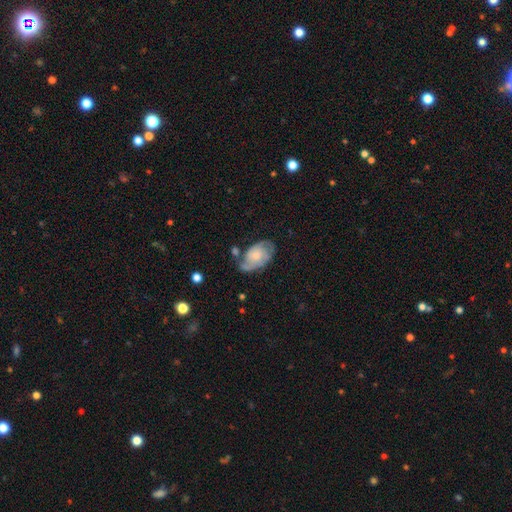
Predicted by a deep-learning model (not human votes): Q: Smooth or featured?
A: featured or disk (64%); runner-up: smooth (30%)
Q: Edge-on disk?
A: no (96%); runner-up: yes (4%)
Q: Bar?
A: no (75%); runner-up: weak (22%)
Q: Spiral arms?
A: yes (86%); runner-up: no (14%)
Q: Spiral winding?
A: tight (45%); runner-up: medium (38%)
Q: Spiral arm count?
A: 2 (55%); runner-up: can't tell (24%)
Q: Bulge size?
A: small (54%); runner-up: moderate (32%)
Q: Merging?
A: none (47%); runner-up: minor disturbance (28%)